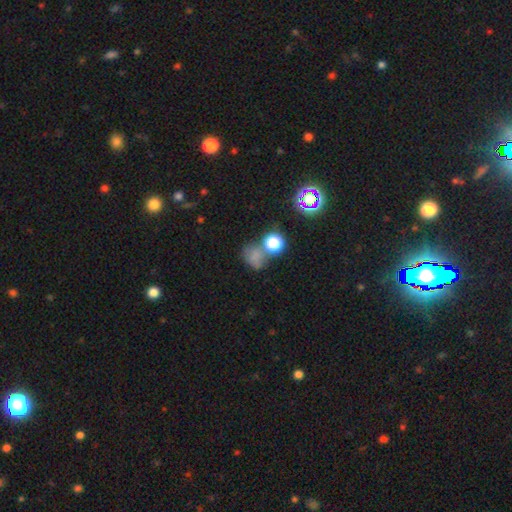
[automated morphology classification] Q: Smooth or featured?
A: smooth (65%); runner-up: star or artifact (23%)
Q: How rounded?
A: round (62%); runner-up: in between (36%)
Q: Merging?
A: none (38%); runner-up: merger (30%)